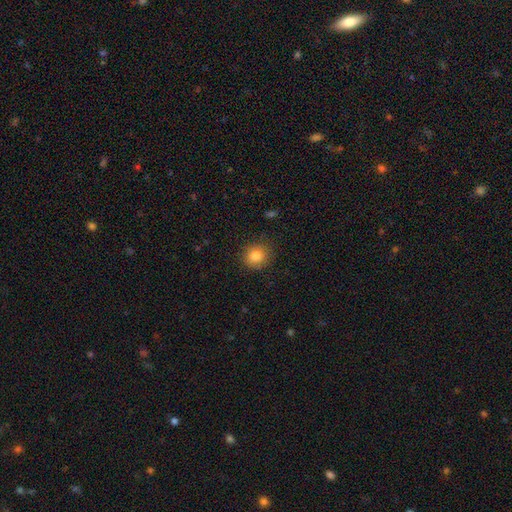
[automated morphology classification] smooth_or_featured: smooth (p=0.84) [alt: star or artifact p=0.10]
how_rounded: round (p=0.82) [alt: in between p=0.17]
merging: none (p=0.85) [alt: minor disturbance p=0.11]